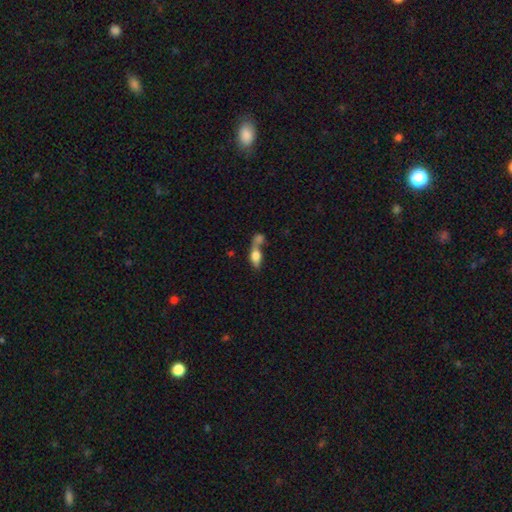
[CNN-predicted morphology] Smooth or featured?
  - smooth: 72% *
  - featured or disk: 20%
  - star or artifact: 8%
How rounded?
  - in between: 77% *
  - cigar-shaped: 13%
  - round: 10%
Merging?
  - merger: 64% *
  - none: 20%
  - minor disturbance: 8%
  - major disturbance: 7%